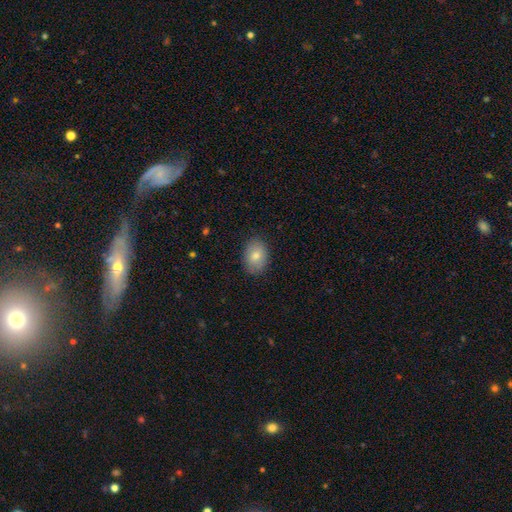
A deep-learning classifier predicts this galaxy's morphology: smooth_or_featured: smooth (p=0.79) [alt: featured or disk p=0.13]
how_rounded: in between (p=0.71) [alt: round p=0.27]
merging: none (p=0.87) [alt: minor disturbance p=0.10]